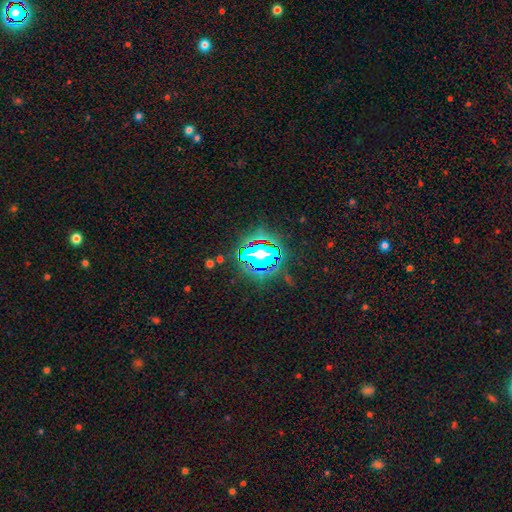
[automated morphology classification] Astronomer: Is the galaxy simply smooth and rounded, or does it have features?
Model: star or artifact — 60%.